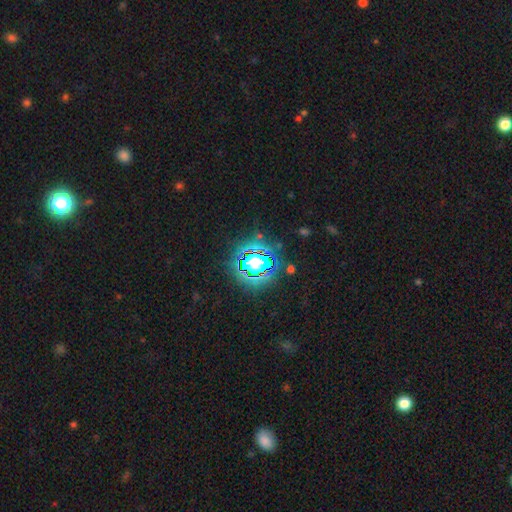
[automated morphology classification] Smooth or featured? star or artifact (80%)